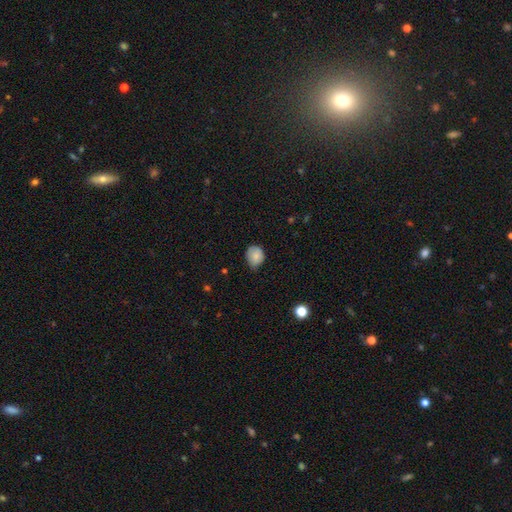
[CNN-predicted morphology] A smooth galaxy with no disk features (81%) that is round (59%).

Vote fractions:
- Smooth or featured? smooth: 81% / featured or disk: 10% / star or artifact: 8%
- How rounded? round: 59% / in between: 41% / cigar-shaped: 1%
- Merging? none: 60% / minor disturbance: 34% / major disturbance: 5% / merger: 1%